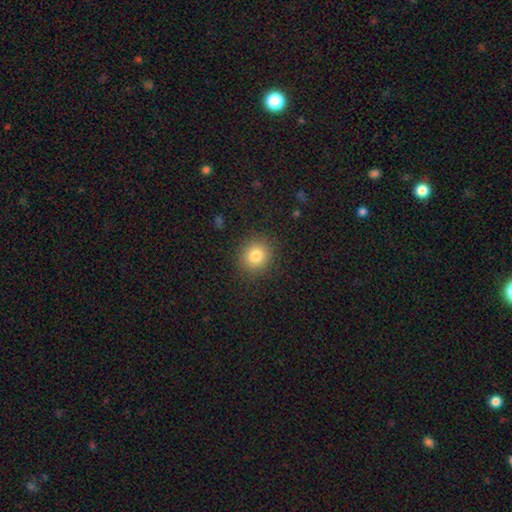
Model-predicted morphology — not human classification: Smooth or featured: smooth — 81% (star or artifact — 12%)
How rounded: round — 85% (in between — 15%)
Merging: none — 89% (minor disturbance — 7%)